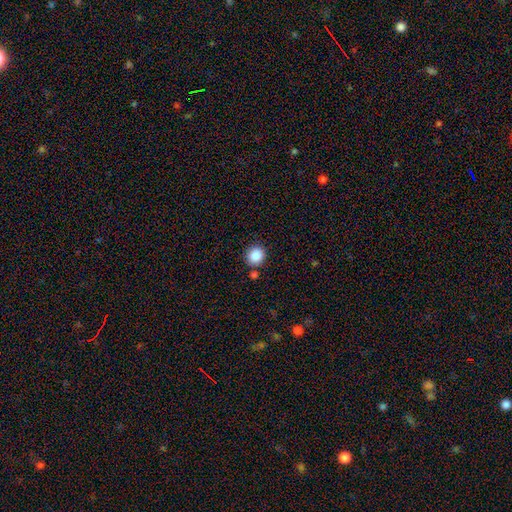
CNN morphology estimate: Smooth or featured? Predicted: smooth (p=0.88). How rounded? Predicted: round (p=0.85). Merging? Predicted: none (p=0.82).